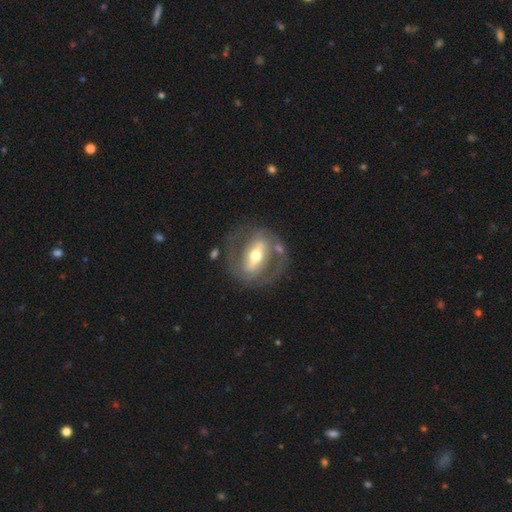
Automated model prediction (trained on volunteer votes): The model was most divided on "spiral arms": yes: 51%, no: 49%. More confident: edge-on disk — no (85%); smooth or featured — featured or disk (77%); bar — strong (69%); bulge size — moderate (68%); merging — none (67%).